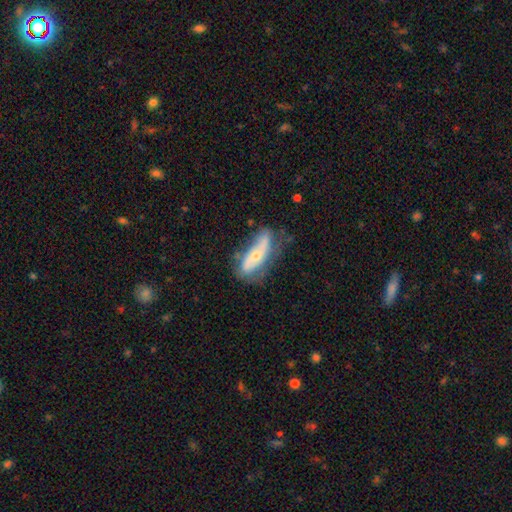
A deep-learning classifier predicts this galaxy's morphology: featured or disk 54%, smooth 38%, star or artifact 7%. Down the decision tree: edge-on disk — no (74%); merging — none (46%).